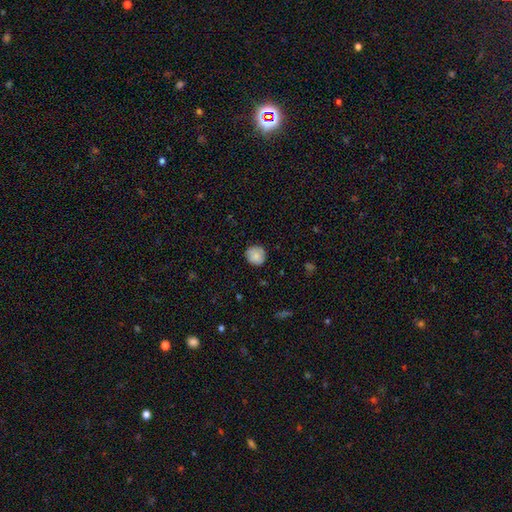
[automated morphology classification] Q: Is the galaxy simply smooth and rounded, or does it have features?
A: smooth — 79%.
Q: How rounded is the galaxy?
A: round — 90%.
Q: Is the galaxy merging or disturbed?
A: none — 81%.